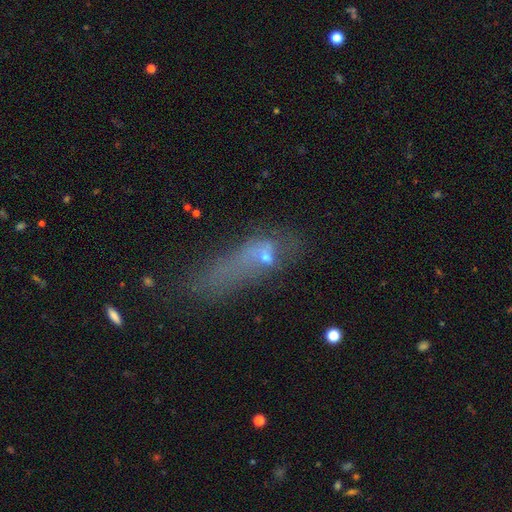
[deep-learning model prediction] Smooth or featured?
  - smooth: 49% *
  - featured or disk: 29%
  - star or artifact: 22%
Merging?
  - major disturbance: 34% *
  - none: 29%
  - minor disturbance: 23%
  - merger: 15%